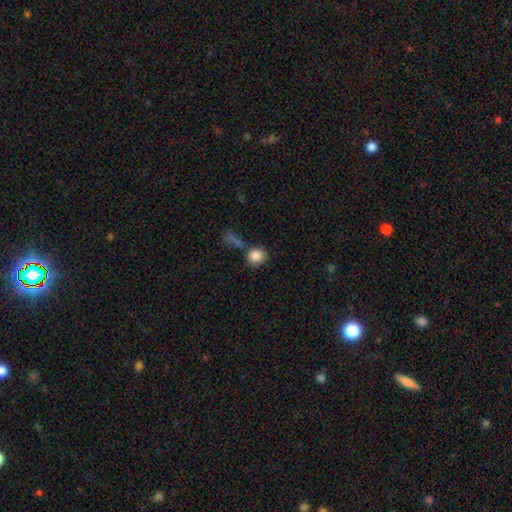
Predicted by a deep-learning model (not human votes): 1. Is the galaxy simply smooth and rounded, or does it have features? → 86% smooth, 8% star or artifact, 5% featured or disk.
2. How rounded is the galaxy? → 81% round, 17% in between, 2% cigar-shaped.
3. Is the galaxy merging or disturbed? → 61% none, 20% merger, 12% minor disturbance, 6% major disturbance.